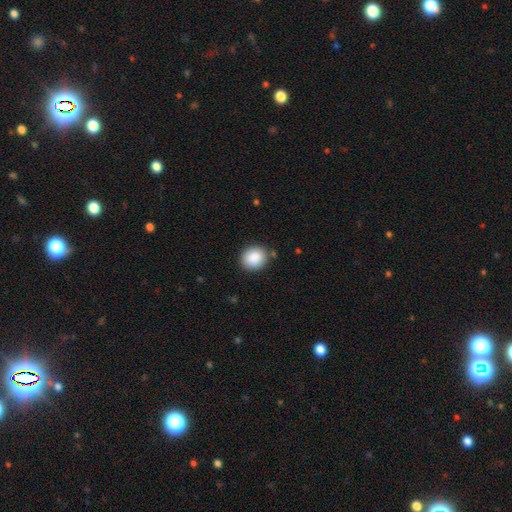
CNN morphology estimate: smooth_or_featured: smooth (p=0.88) [alt: star or artifact p=0.08]
how_rounded: round (p=0.77) [alt: in between p=0.22]
merging: none (p=0.85) [alt: minor disturbance p=0.10]